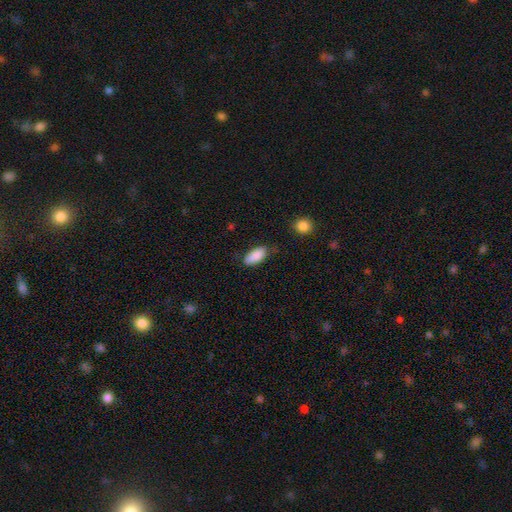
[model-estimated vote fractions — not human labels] smooth-or-featured: smooth: 88% | star or artifact: 7% | featured or disk: 6%
  how-rounded: in between: 88% | cigar-shaped: 10% | round: 2%
  merging: none: 72% | minor disturbance: 21% | major disturbance: 4% | merger: 3%